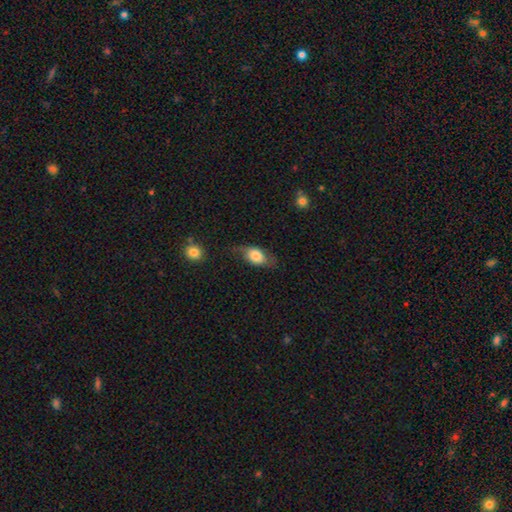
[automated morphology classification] smooth 70%, featured or disk 22%, star or artifact 7%. Down the decision tree: how rounded — in between (81%); merging — none (58%).